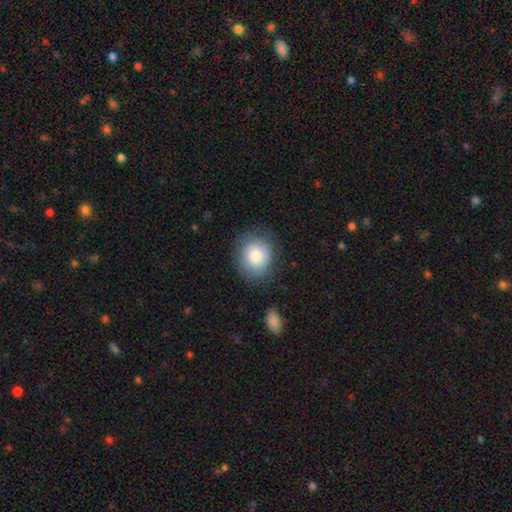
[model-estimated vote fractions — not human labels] A smooth galaxy with no disk features (80%) that is round (74%). Merging: none (78%).